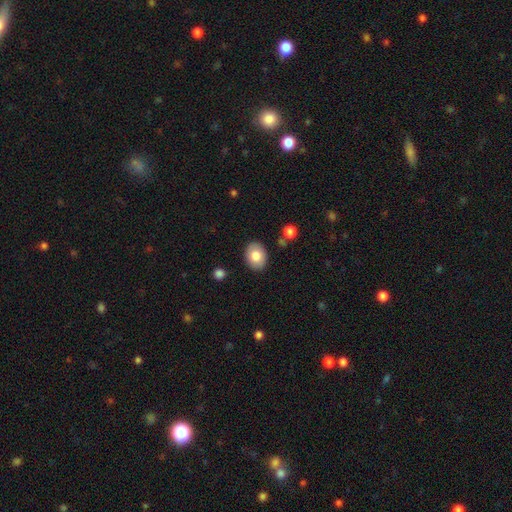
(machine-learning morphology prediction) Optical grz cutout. It shows a smooth galaxy with no disk features (80%) that is in between round and cigar-shaped (63%). Merging: none (87%).